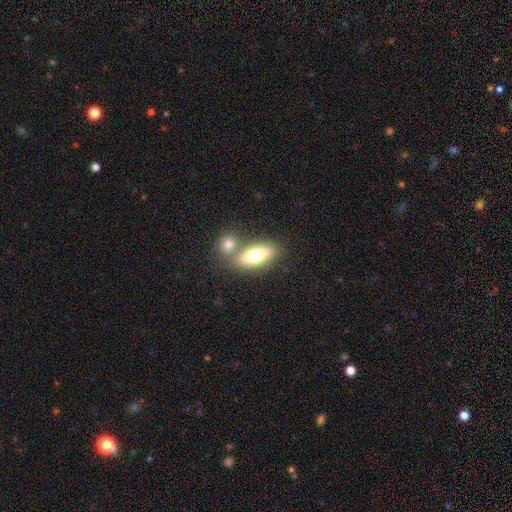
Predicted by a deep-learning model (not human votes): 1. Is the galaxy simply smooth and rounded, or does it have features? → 70% smooth, 23% featured or disk, 7% star or artifact.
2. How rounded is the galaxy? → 78% in between, 17% cigar-shaped, 5% round.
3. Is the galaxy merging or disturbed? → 51% none, 35% merger, 10% minor disturbance, 4% major disturbance.